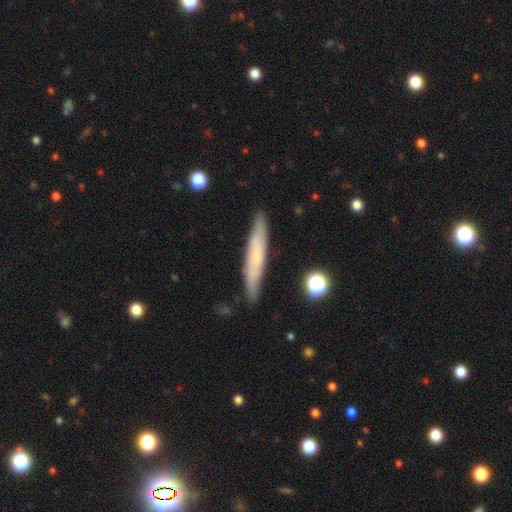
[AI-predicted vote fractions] A smooth galaxy with no disk features (55%) that is cigar-shaped (93%).

Vote fractions:
- Smooth or featured? smooth: 55% / featured or disk: 39% / star or artifact: 6%
- How rounded? cigar-shaped: 93% / in between: 6% / round: 1%
- Merging? none: 86% / minor disturbance: 10% / major disturbance: 2% / merger: 2%